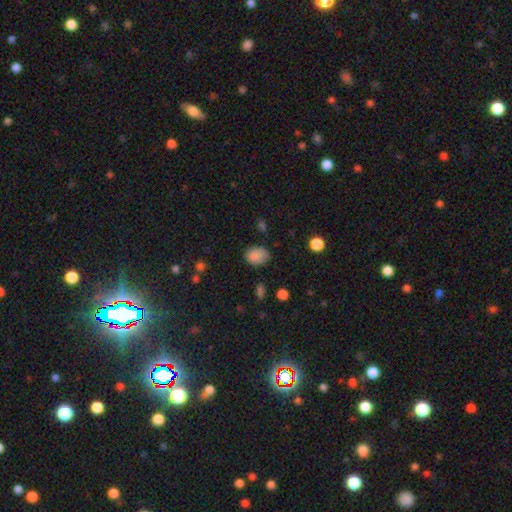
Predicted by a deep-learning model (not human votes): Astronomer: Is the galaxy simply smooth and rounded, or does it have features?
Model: smooth — 85%.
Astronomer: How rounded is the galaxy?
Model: in between — 58% (runner-up: round, 41%).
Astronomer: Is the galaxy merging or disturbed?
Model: none — 68%.